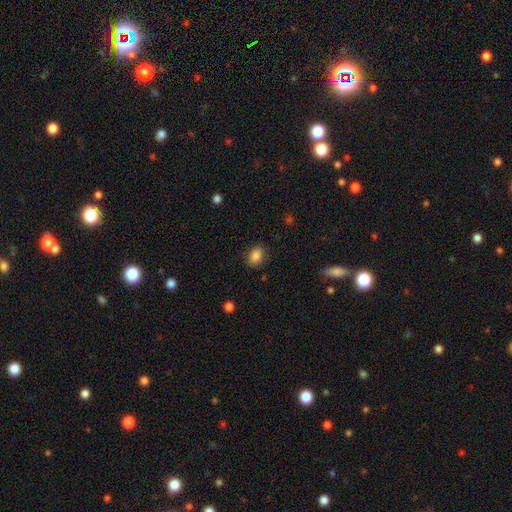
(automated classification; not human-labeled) This appears to be a smooth galaxy with no disk features (87%) that is in between round and cigar-shaped (72%). Merging: none (84%).